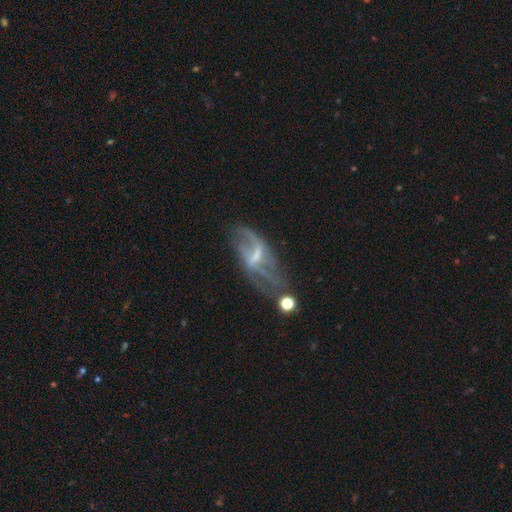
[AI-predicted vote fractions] Smooth or featured: featured or disk — 75% (smooth — 15%)
Edge-on disk: no — 89% (yes — 11%)
Bar: weak — 46% (strong — 35%)
Spiral arms: yes — 76% (no — 24%)
Spiral winding: loose — 70% (medium — 22%)
Spiral arm count: 2 — 62% (can't tell — 19%)
Bulge size: small — 45% (none — 27%)
Merging: none — 42% (major disturbance — 27%)